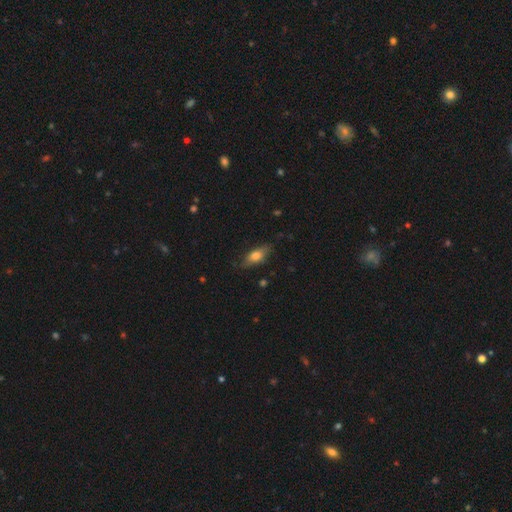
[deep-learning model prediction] smooth-or-featured: smooth: 71% | featured or disk: 22% | star or artifact: 7%
  how-rounded: in between: 76% | cigar-shaped: 20% | round: 4%
  merging: none: 75% | minor disturbance: 20% | major disturbance: 4% | merger: 1%